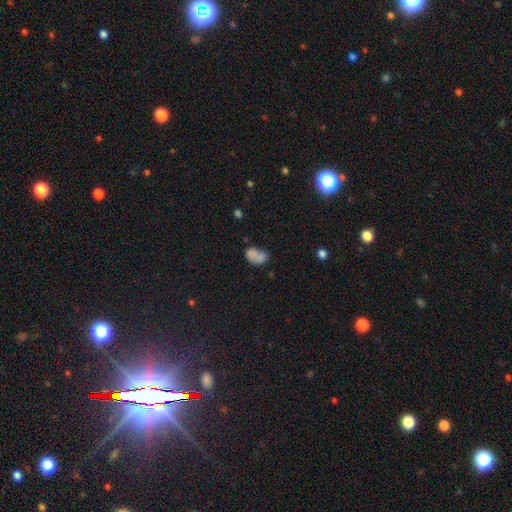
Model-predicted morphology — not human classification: Smooth or featured? Predicted: smooth (p=0.73). How rounded? Predicted: in between (p=0.83). Merging? Predicted: none (p=0.37).